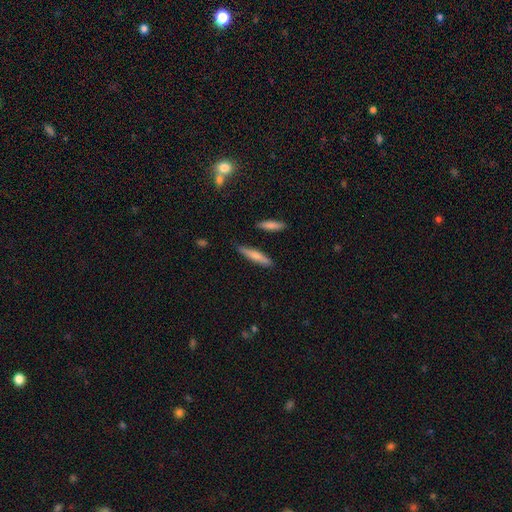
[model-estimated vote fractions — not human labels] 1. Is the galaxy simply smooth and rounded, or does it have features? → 69% smooth, 25% featured or disk, 6% star or artifact.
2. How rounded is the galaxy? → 85% cigar-shaped, 13% in between, 2% round.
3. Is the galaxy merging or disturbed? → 84% none, 10% minor disturbance, 4% merger, 2% major disturbance.